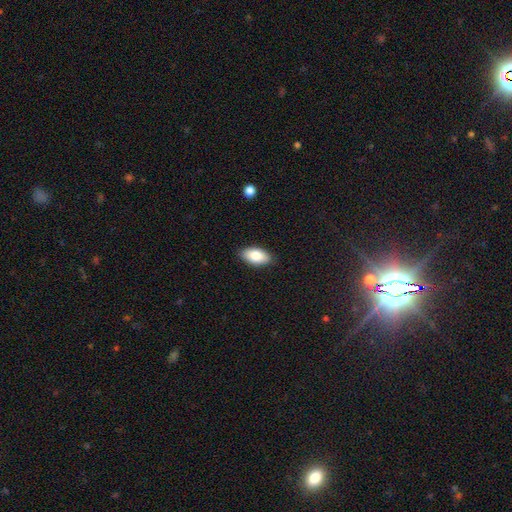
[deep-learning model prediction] This is clearly a smooth galaxy (84%). How rounded: clearly in between (94%). Merging: clearly none (88%).